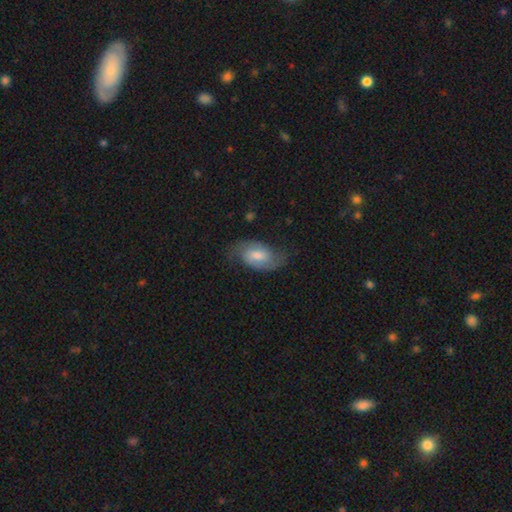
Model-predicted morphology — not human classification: Smooth or featured? featured or disk (68%)
Edge-on disk? no (96%)
Bar? weak (50%)
Spiral arms? yes (92%)
Spiral winding? medium (47%)
Spiral arm count? 2 (88%)
Bulge size? moderate (54%)
Merging? none (72%)